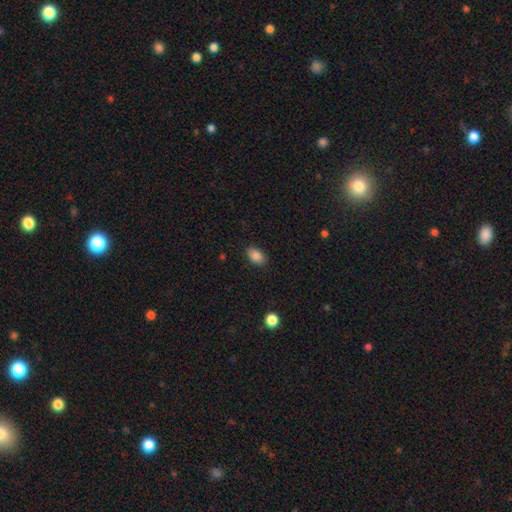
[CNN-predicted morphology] smooth 87%, star or artifact 9%, featured or disk 4%. Down the decision tree: how rounded — in between (85%); merging — none (85%).